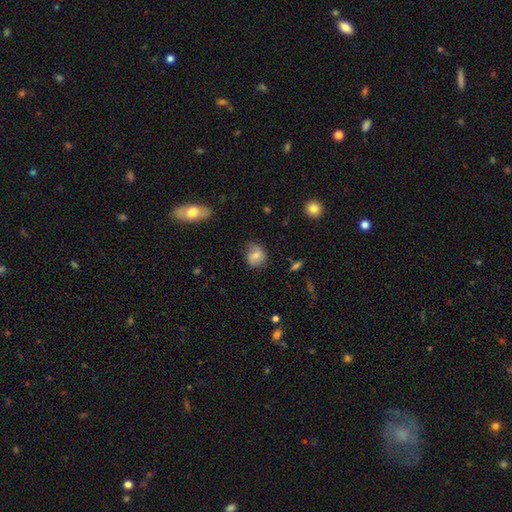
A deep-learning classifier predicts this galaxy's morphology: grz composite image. It shows a smooth galaxy with no disk features (63%) that is round (67%). Merging: none (66%).